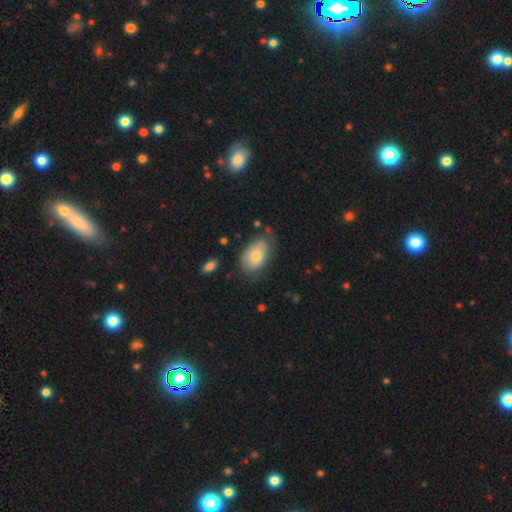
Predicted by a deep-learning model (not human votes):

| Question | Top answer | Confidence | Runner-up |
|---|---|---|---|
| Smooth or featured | smooth | 72% | featured or disk (21%) |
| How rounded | in between | 90% | round (9%) |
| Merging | none | 59% | minor disturbance (29%) |